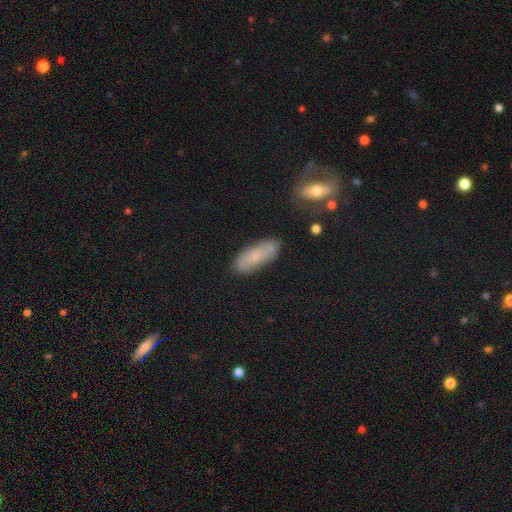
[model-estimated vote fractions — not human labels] Smooth or featured?
  - smooth: 69% *
  - featured or disk: 22%
  - star or artifact: 10%
How rounded?
  - in between: 70% *
  - cigar-shaped: 27%
  - round: 3%
Merging?
  - none: 75% *
  - minor disturbance: 16%
  - merger: 5%
  - major disturbance: 4%